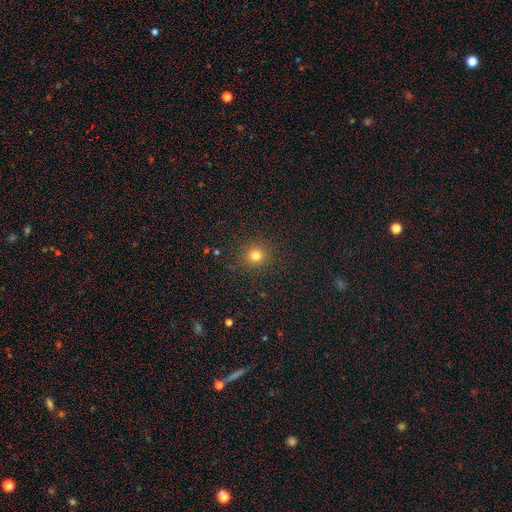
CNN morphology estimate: type=smooth (78%); roundness=round (91%); merging=none (89%).